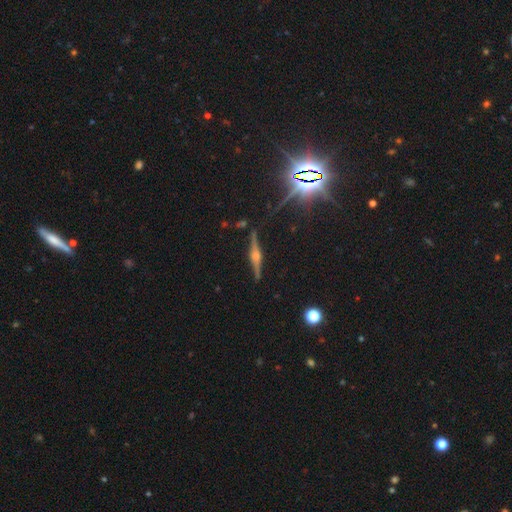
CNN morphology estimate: Overall: featured or disk (80%). Edge-on disk: yes (98%). Edge-on bulge: rounded (84%). Merging: none (88%).